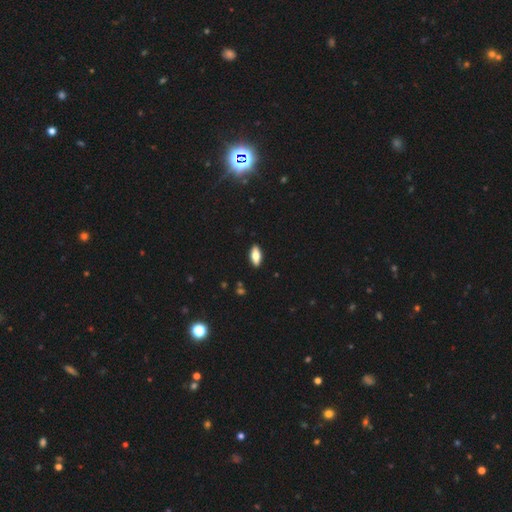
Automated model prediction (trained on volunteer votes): smooth_or_featured: smooth (p=0.73) [alt: featured or disk p=0.20]
how_rounded: in between (p=0.82) [alt: cigar-shaped p=0.16]
merging: none (p=0.89) [alt: minor disturbance p=0.08]